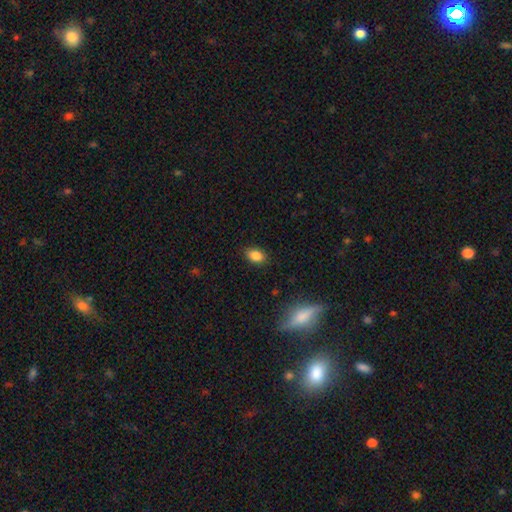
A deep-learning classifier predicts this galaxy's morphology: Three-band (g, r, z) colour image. It shows a smooth galaxy with no disk features (86%) that is in between round and cigar-shaped (83%). Merging: none (86%).